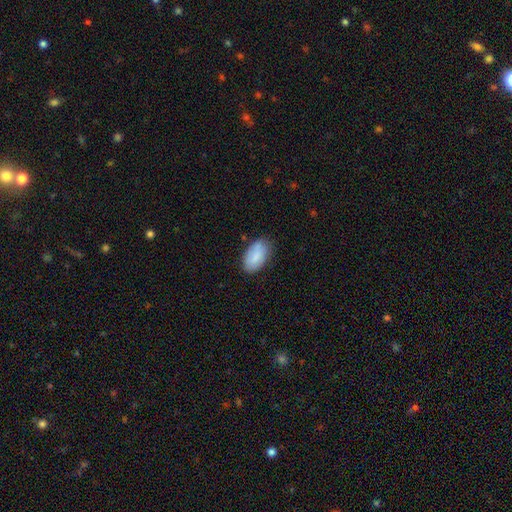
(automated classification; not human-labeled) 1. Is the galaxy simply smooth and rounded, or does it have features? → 82% smooth, 11% featured or disk, 7% star or artifact.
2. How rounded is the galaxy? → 94% in between, 4% round, 2% cigar-shaped.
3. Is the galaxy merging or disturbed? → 74% none, 20% minor disturbance, 4% major disturbance, 2% merger.